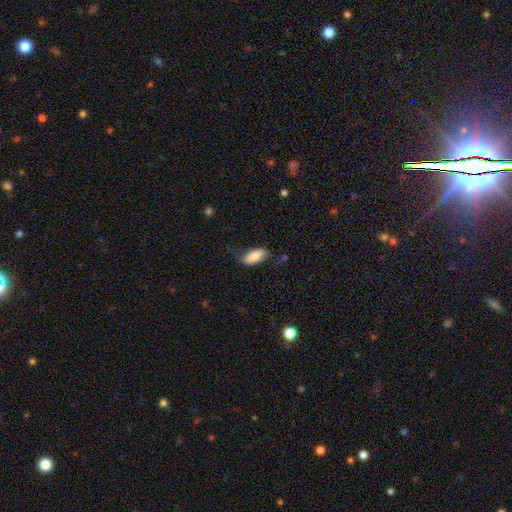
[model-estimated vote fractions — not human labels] Smooth or featured? smooth (77%)
How rounded? in between (88%)
Merging? none (54%)